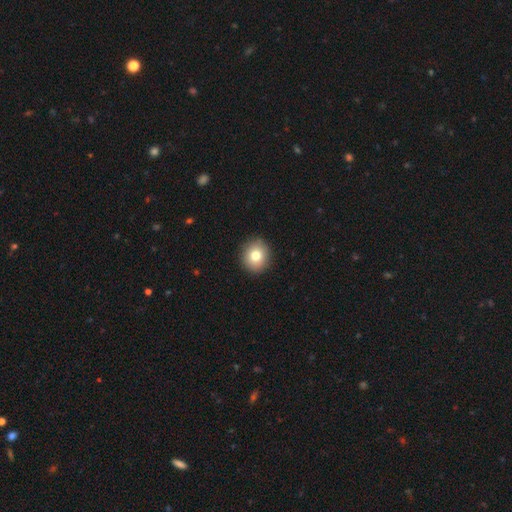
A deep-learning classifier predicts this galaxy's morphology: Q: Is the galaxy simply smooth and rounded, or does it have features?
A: smooth — 79%.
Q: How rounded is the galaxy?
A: round — 86%.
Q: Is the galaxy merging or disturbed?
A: none — 92%.